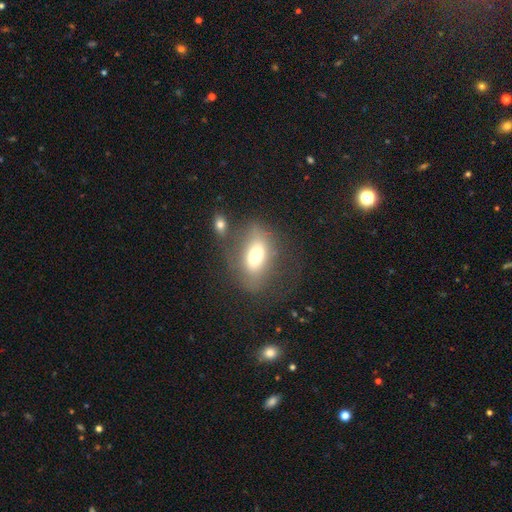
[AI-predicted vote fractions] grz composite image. It shows a smooth galaxy with no disk features (64%) that is in between round and cigar-shaped (84%). Merging: none (52%).